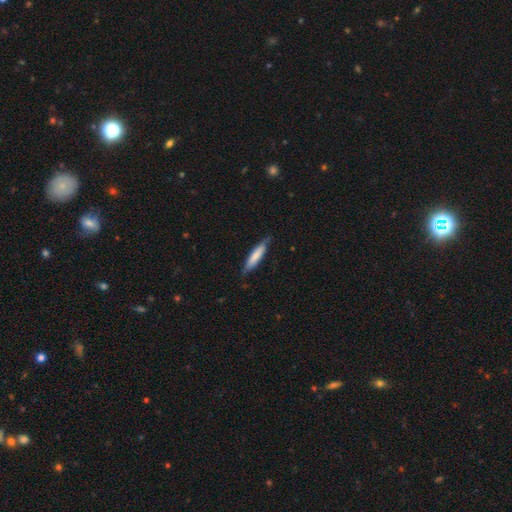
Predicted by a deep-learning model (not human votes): Overall: smooth (71%). How rounded: cigar-shaped (83%). Merging: none (78%).